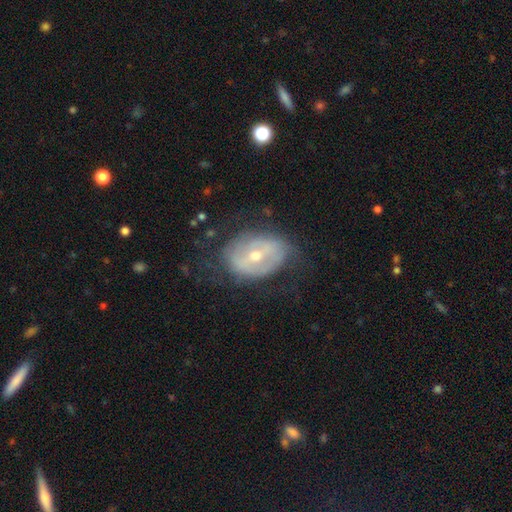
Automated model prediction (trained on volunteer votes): featured or disk 68%, smooth 24%, star or artifact 8%. Down the decision tree: edge-on disk — no (94%); bar — weak (41%); spiral arms — yes (50%, tied with no); bulge size — moderate (51%); merging — none (62%).